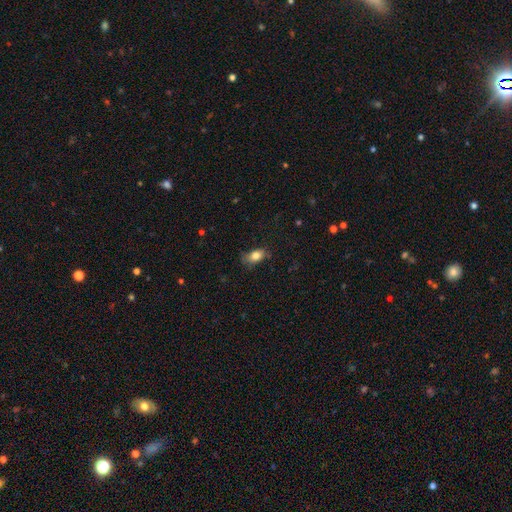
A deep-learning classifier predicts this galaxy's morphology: Overall: smooth (80%). How rounded: in between (86%). Merging: none (63%; minor disturbance 27%).